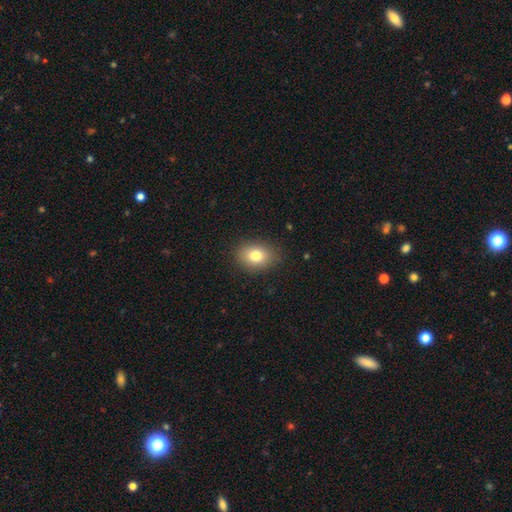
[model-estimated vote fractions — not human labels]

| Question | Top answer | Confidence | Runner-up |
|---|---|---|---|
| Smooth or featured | smooth | 79% | featured or disk (11%) |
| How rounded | in between | 62% | round (37%) |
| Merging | none | 86% | minor disturbance (10%) |